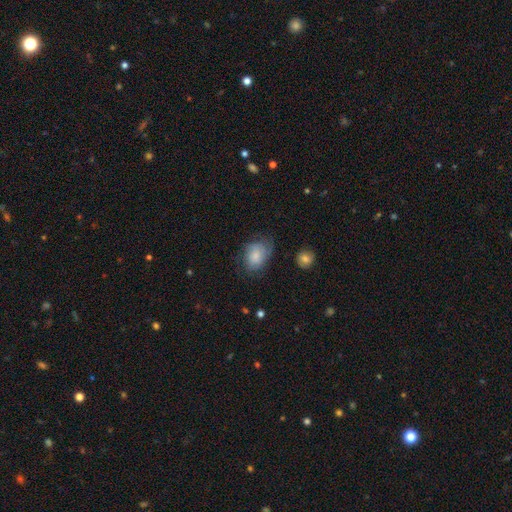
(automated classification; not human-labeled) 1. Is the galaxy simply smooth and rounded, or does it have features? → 63% smooth, 28% featured or disk, 8% star or artifact.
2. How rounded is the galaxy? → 68% in between, 31% round, 1% cigar-shaped.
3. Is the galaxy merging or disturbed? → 53% none, 28% minor disturbance, 17% major disturbance, 2% merger.